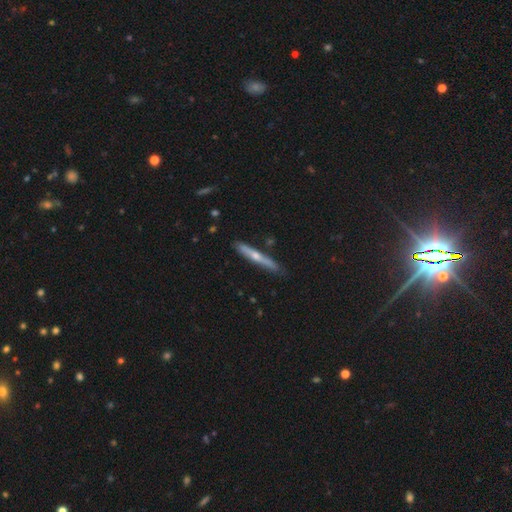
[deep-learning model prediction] Q: Smooth or featured?
A: featured or disk (59%); runner-up: smooth (35%)
Q: Edge-on disk?
A: yes (95%); runner-up: no (5%)
Q: Edge-on bulge?
A: rounded (81%); runner-up: none (17%)
Q: Merging?
A: none (84%); runner-up: minor disturbance (12%)